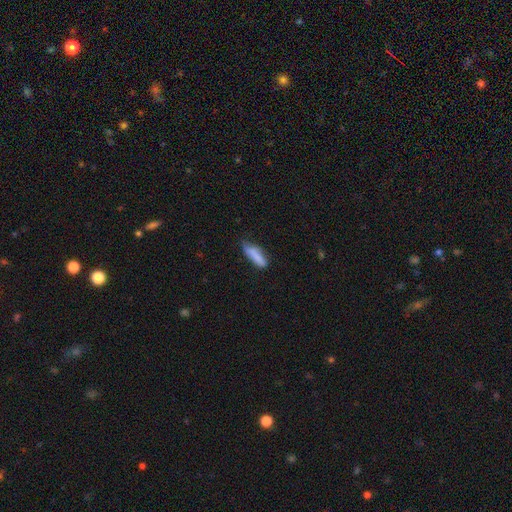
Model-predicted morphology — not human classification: Smooth or featured?
  - smooth: 82% *
  - featured or disk: 11%
  - star or artifact: 7%
How rounded?
  - cigar-shaped: 59% *
  - in between: 40%
  - round: 2%
Merging?
  - none: 57% *
  - minor disturbance: 32%
  - major disturbance: 8%
  - merger: 3%